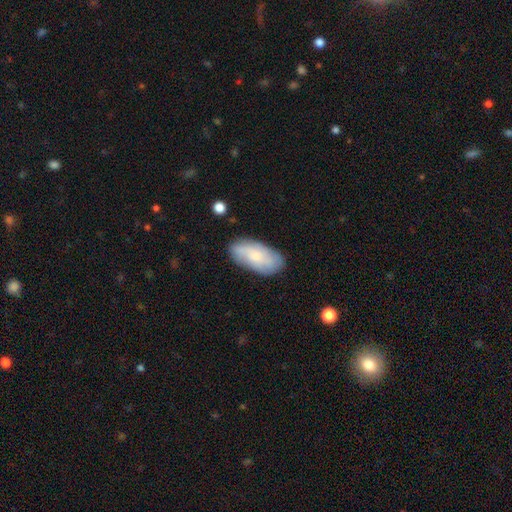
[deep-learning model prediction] This appears to be a smooth galaxy with no disk features (63%) that is in between round and cigar-shaped (92%). Merging: none (79%).